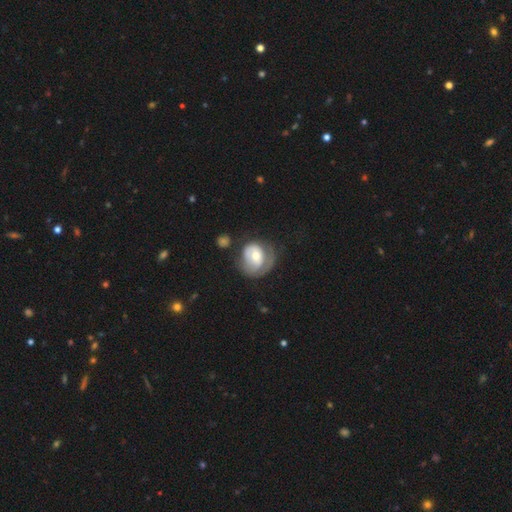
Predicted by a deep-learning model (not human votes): A featured or disk galaxy (56%) with no bar (66%), spiral arms (59%) and a moderate central bulge (66%).

Vote fractions:
- Smooth or featured? featured or disk: 56% / smooth: 39% / star or artifact: 6%
- Edge-on disk? no: 97% / yes: 3%
- Bar? no: 66% / weak: 26% / strong: 8%
- Spiral arms? yes: 59% / no: 41%
- Bulge size? moderate: 66% / small: 24% / large: 7% / none: 1% / dominant: 1%
- Merging? none: 44% / minor disturbance: 27% / major disturbance: 25% / merger: 5%